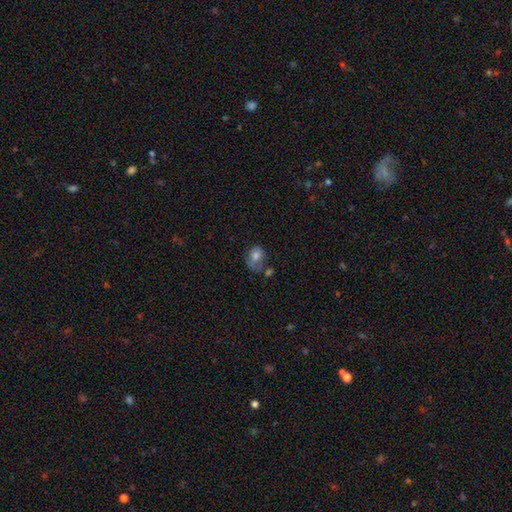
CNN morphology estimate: Smooth or featured?
  - smooth: 72% *
  - featured or disk: 18%
  - star or artifact: 10%
How rounded?
  - in between: 59% *
  - round: 39%
  - cigar-shaped: 1%
Merging?
  - none: 39% *
  - minor disturbance: 27%
  - major disturbance: 18%
  - merger: 16%